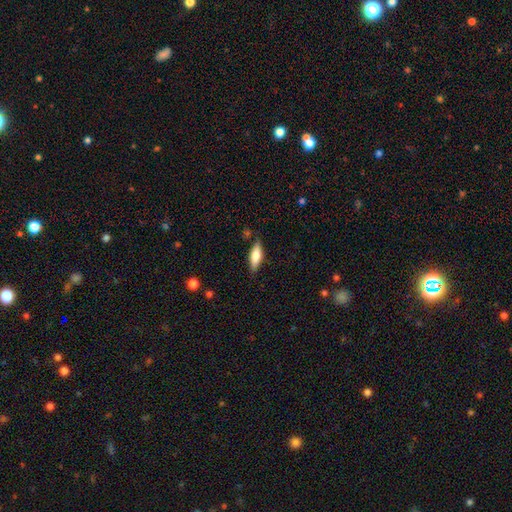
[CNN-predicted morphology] Smooth or featured? smooth (69%)
How rounded? in between (62%)
Merging? none (81%)